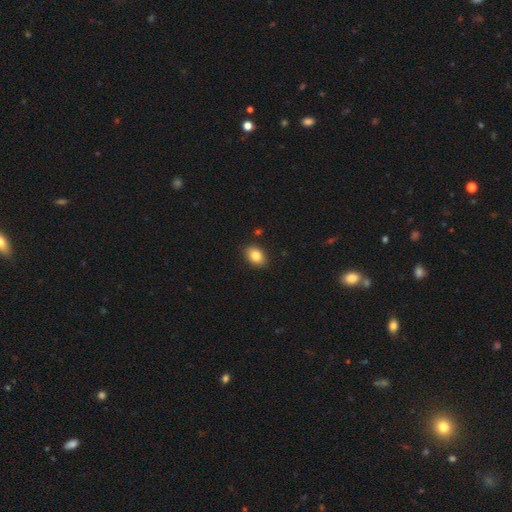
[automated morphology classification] Smooth or featured: smooth — 84% (star or artifact — 8%)
How rounded: in between — 79% (round — 20%)
Merging: none — 88% (minor disturbance — 8%)